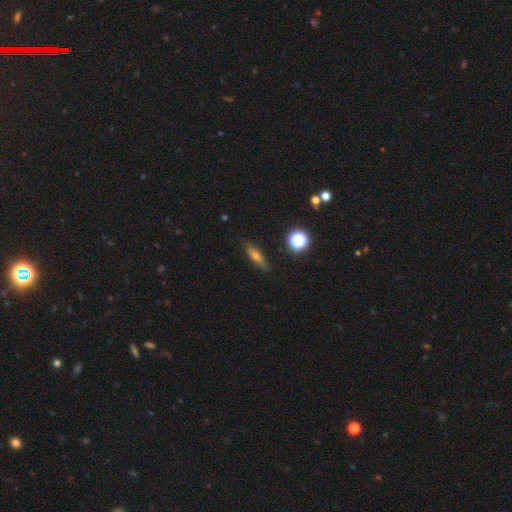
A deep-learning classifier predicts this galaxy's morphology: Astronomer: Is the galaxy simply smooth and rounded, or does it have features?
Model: smooth — 47% (runner-up: featured or disk, 40%).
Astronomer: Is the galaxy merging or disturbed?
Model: none — 83%.